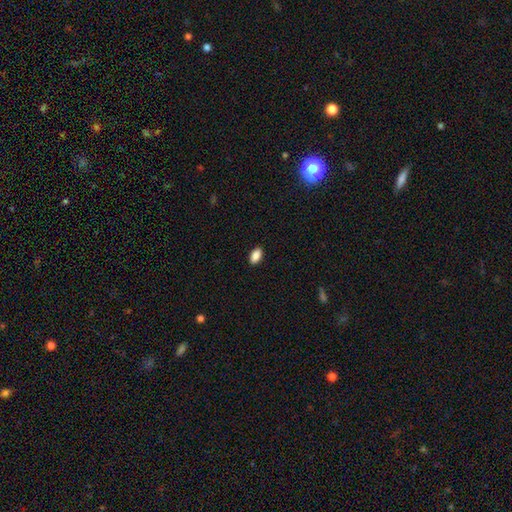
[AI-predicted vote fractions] Smooth or featured? Predicted: smooth (p=0.89). How rounded? Predicted: in between (p=0.92). Merging? Predicted: none (p=0.90).